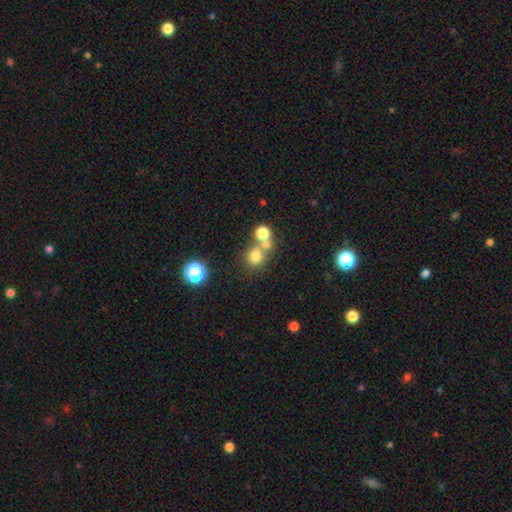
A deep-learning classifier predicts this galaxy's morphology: type=smooth (72%); roundness=round (86%); merging=none (56%).